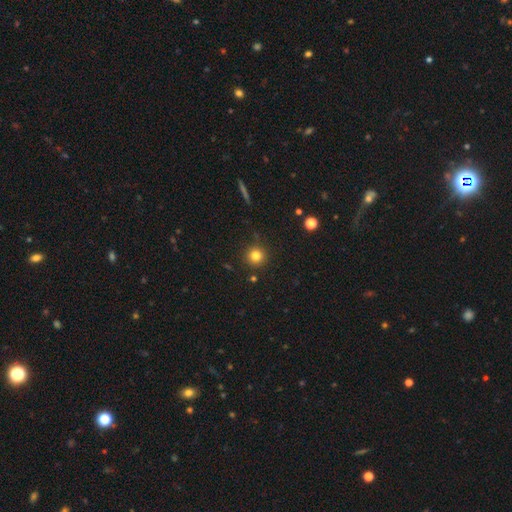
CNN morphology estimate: type=smooth (81%); roundness=round (95%); merging=none (88%).